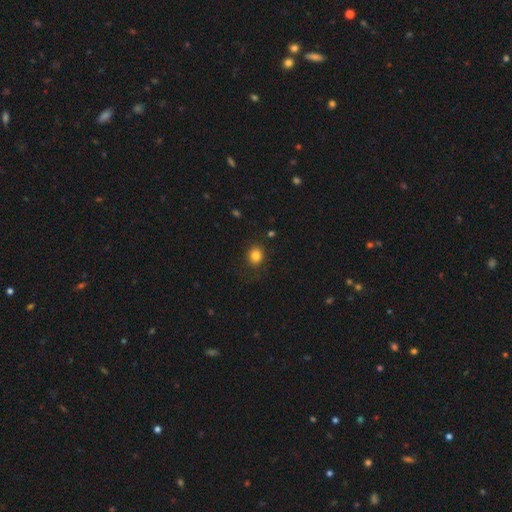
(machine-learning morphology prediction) Q: Smooth or featured?
A: smooth (82%); runner-up: star or artifact (12%)
Q: How rounded?
A: round (72%); runner-up: in between (27%)
Q: Merging?
A: none (85%); runner-up: minor disturbance (10%)